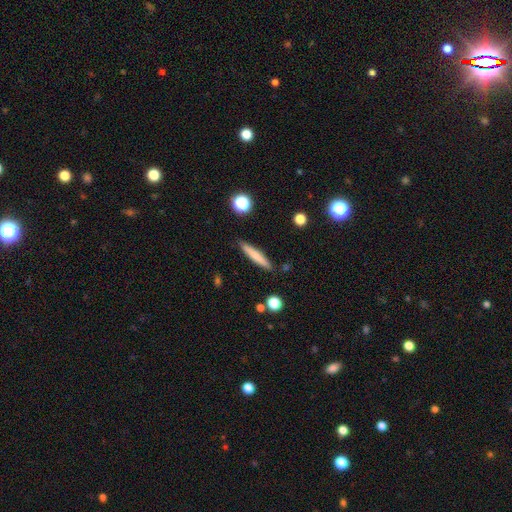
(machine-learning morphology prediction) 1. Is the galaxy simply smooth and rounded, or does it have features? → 69% smooth, 24% featured or disk, 7% star or artifact.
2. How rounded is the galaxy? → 92% cigar-shaped, 7% in between, 2% round.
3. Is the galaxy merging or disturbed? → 89% none, 8% minor disturbance, 2% major disturbance, 2% merger.